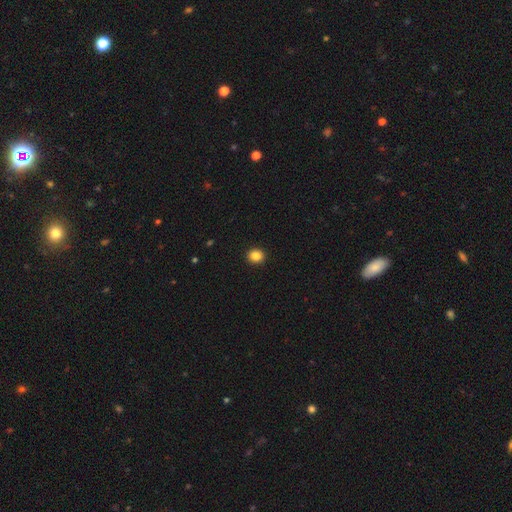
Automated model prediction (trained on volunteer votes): smooth-or-featured: smooth: 86% | star or artifact: 10% | featured or disk: 4%
  how-rounded: round: 81% | in between: 18% | cigar-shaped: 1%
  merging: none: 93% | minor disturbance: 4% | major disturbance: 2% | merger: 1%